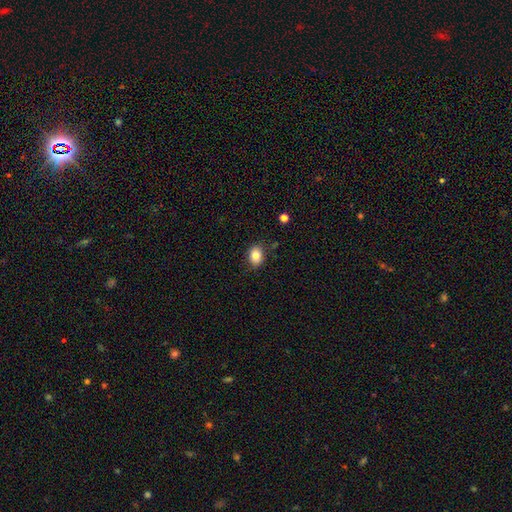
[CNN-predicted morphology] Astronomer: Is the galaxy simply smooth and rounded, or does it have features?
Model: smooth — 82%.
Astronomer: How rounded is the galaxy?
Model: in between — 67%.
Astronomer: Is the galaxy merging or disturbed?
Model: none — 83%.